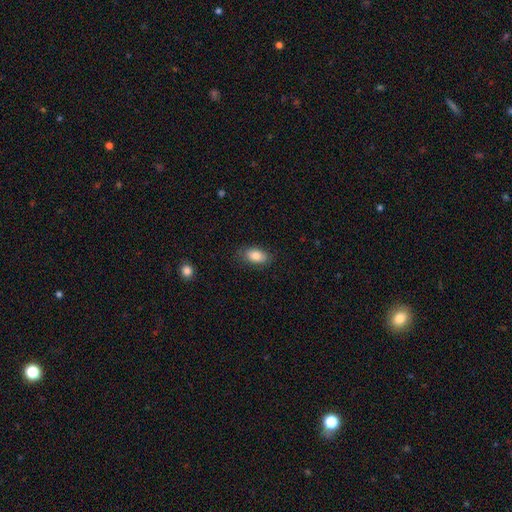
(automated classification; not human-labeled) Morphology: type=smooth (83%); roundness=in between (91%); merging=none (82%).